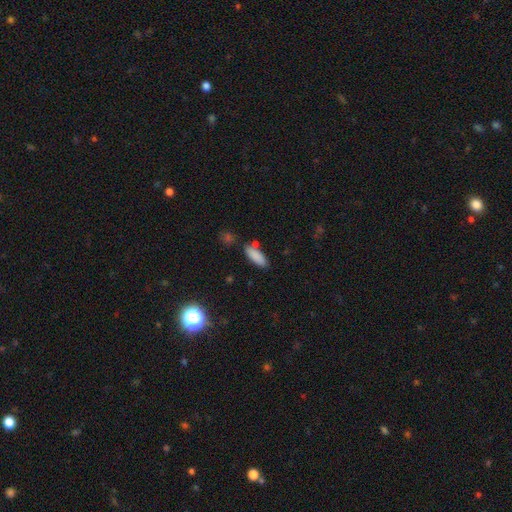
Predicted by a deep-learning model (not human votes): A smooth galaxy with no disk features (87%) that is in between round and cigar-shaped (69%). Merging: none (75%).